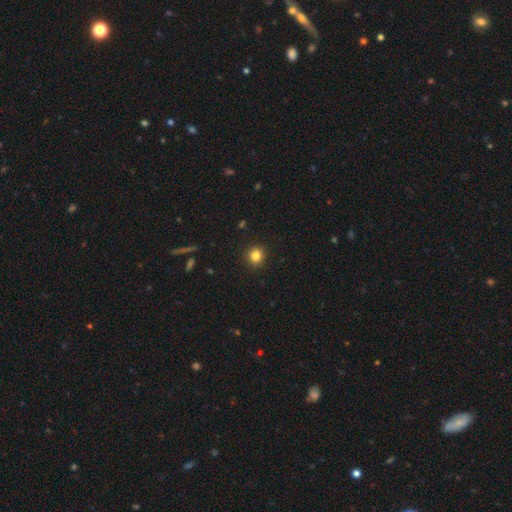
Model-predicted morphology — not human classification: Overall: smooth (83%). How rounded: round (90%). Merging: none (91%).